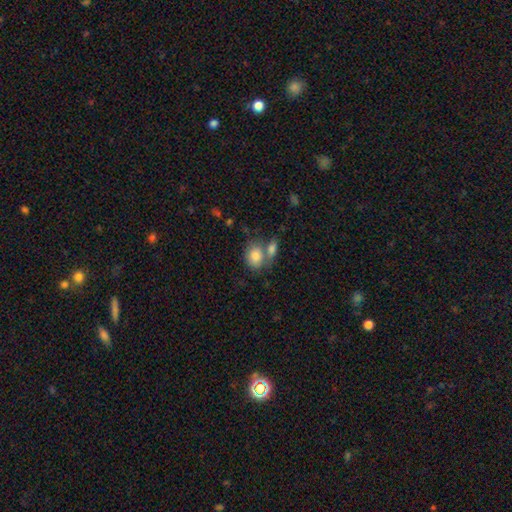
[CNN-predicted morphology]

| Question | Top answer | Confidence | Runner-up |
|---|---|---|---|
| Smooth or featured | smooth | 82% | featured or disk (10%) |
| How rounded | in between | 62% | round (37%) |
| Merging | merger | 43% | none (42%) |